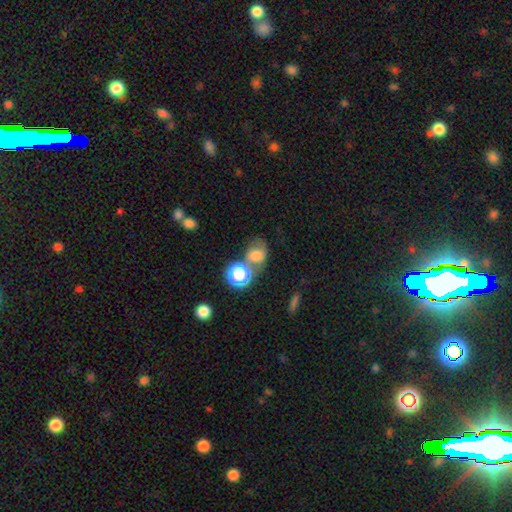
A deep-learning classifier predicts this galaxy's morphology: Q: Smooth or featured?
A: smooth (63%); runner-up: featured or disk (19%)
Q: How rounded?
A: round (52%); runner-up: in between (46%)
Q: Merging?
A: none (41%); runner-up: merger (32%)